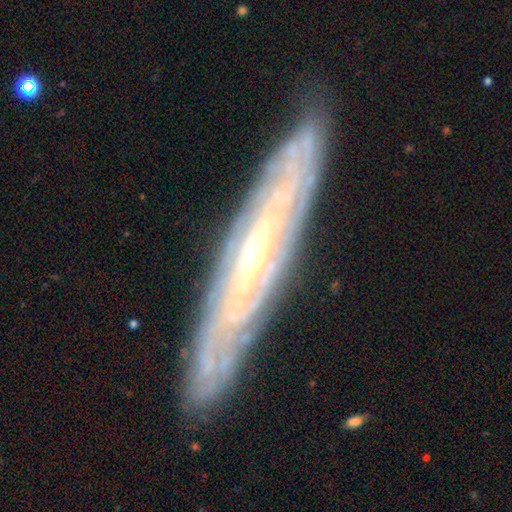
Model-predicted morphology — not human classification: A featured or disk galaxy (82%). Merging: none (86%).